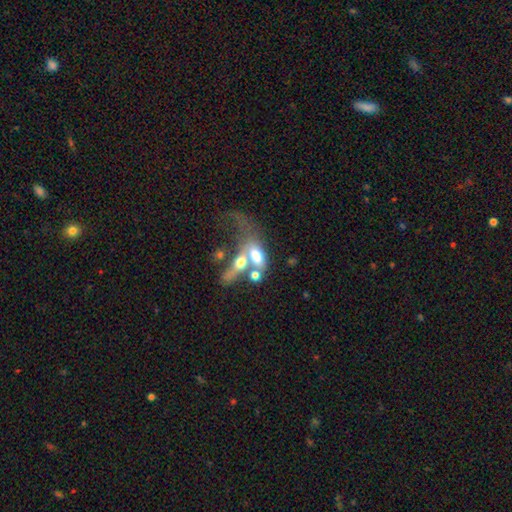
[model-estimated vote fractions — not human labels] This appears to be a smooth galaxy with no disk features (55%) that is in between round and cigar-shaped (77%). Merging: merger (61%).